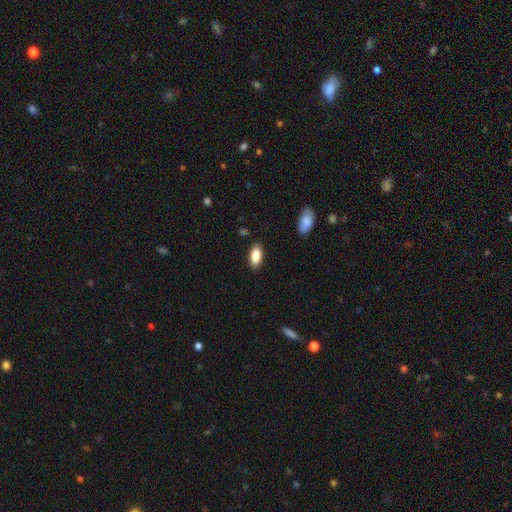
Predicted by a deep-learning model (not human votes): smooth 88%, star or artifact 6%, featured or disk 6%. Down the decision tree: how rounded — in between (88%); merging — none (87%).